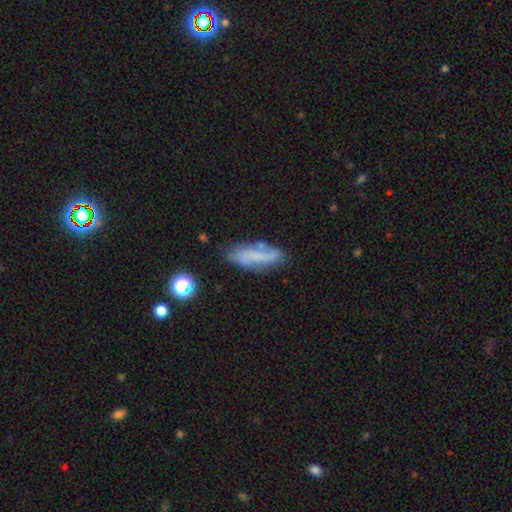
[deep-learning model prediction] smooth_or_featured: smooth (p=0.46) [alt: featured or disk p=0.43]
merging: none (p=0.63) [alt: minor disturbance p=0.23]